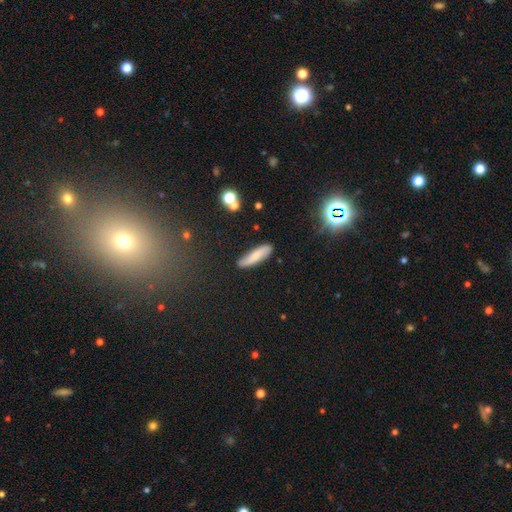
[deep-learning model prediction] Smooth or featured: smooth — 68% (featured or disk — 25%)
How rounded: cigar-shaped — 74% (in between — 24%)
Merging: none — 83% (minor disturbance — 13%)